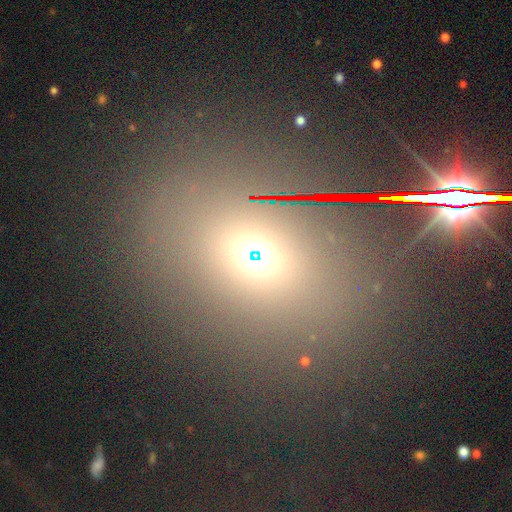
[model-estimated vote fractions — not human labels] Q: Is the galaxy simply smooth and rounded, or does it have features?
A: smooth — 57%.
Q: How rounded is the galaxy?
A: in between — 62%.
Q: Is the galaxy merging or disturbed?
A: none — 79%.